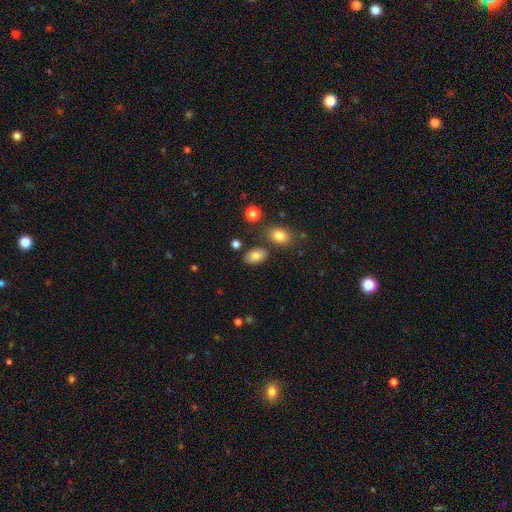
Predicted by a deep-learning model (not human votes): This appears to be a smooth galaxy with no disk features (83%) that is in between round and cigar-shaped (88%). Merging: none (78%).